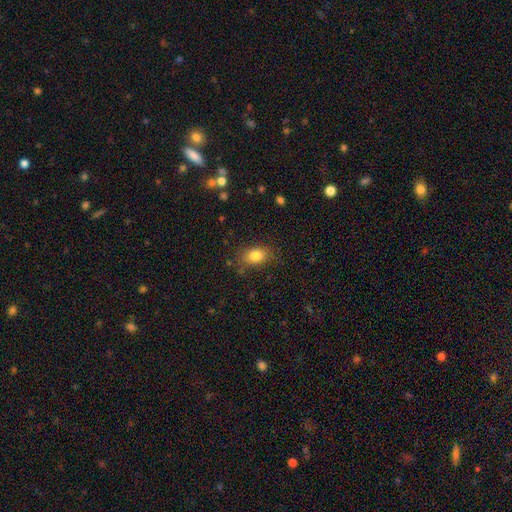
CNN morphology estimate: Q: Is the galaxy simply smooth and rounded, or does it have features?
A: smooth — 82%.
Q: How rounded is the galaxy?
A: in between — 79%.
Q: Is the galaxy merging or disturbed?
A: none — 79%.